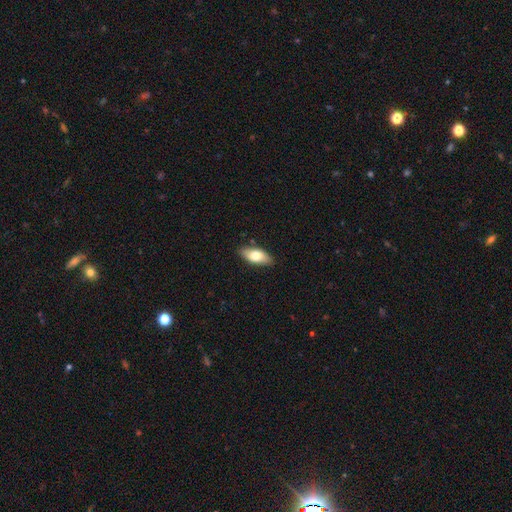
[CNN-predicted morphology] smooth_or_featured: smooth (p=0.73) [alt: featured or disk p=0.21]
how_rounded: in between (p=0.85) [alt: cigar-shaped p=0.12]
merging: none (p=0.87) [alt: minor disturbance p=0.10]